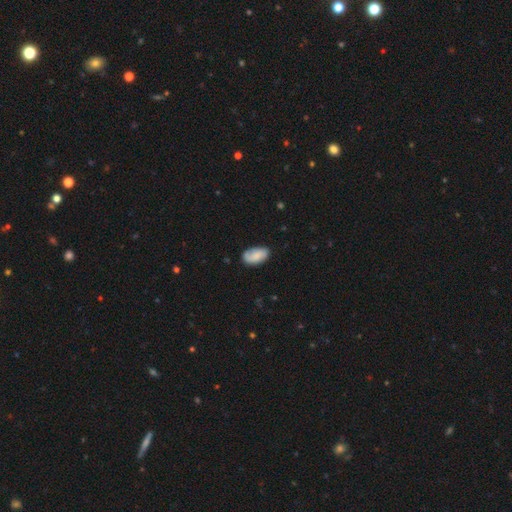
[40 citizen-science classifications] A smooth galaxy with no disk features (60%) that is in between round and cigar-shaped (96%). Merging: none (58%).